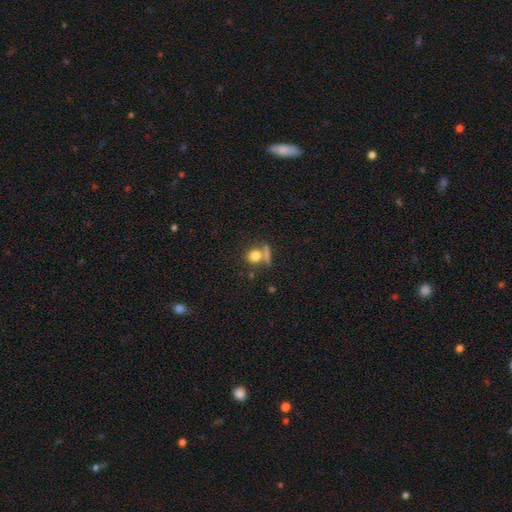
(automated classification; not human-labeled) A smooth galaxy with no disk features (77%) that is round (79%). Merging: none (59%).